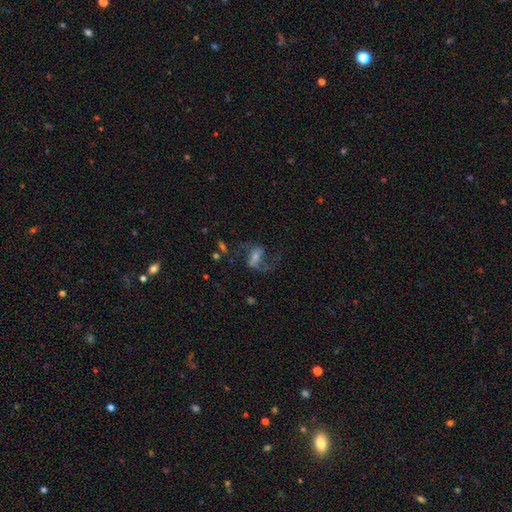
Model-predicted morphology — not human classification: A featured or disk galaxy (71%) with a weak bar (44%), 2 (82%) loose (53%) spiral arms (89%) and a moderate central bulge (40%).

Vote fractions:
- Smooth or featured? featured or disk: 71% / smooth: 16% / star or artifact: 13%
- Edge-on disk? no: 96% / yes: 4%
- Bar? weak: 44% / no: 29% / strong: 27%
- Spiral arms? yes: 89% / no: 11%
- Spiral winding? loose: 53% / medium: 40% / tight: 7%
- Spiral arm count? 2: 82% / 1: 9% / can't tell: 5% / 3: 1% / 4: 1% / more than 4: 1%
- Bulge size? moderate: 40% / small: 39% / large: 10% / none: 9% / dominant: 2%
- Merging? none: 57% / major disturbance: 24% / minor disturbance: 15% / merger: 4%